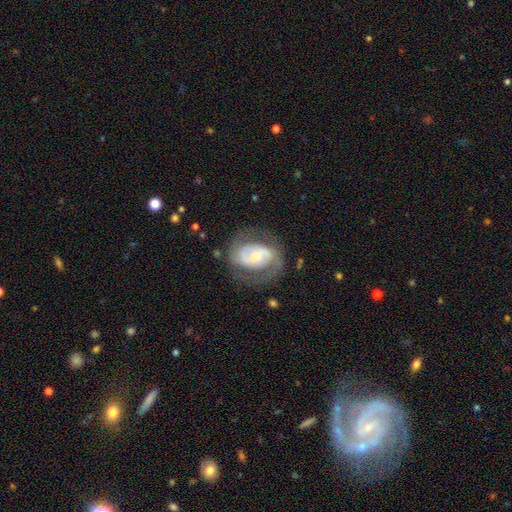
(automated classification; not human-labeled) Smooth or featured? Predicted: featured or disk (p=0.79). Edge-on disk? Predicted: no (p=0.97). Bar? Predicted: no (p=0.50). Spiral arms? Predicted: yes (p=0.89). Spiral winding? Predicted: medium (p=0.44). Spiral arm count? Predicted: 2 (p=0.79). Bulge size? Predicted: moderate (p=0.45). Merging? Predicted: none (p=0.68).